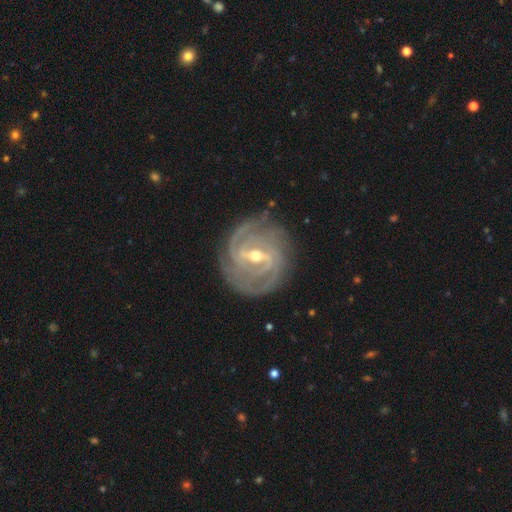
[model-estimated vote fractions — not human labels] smooth-or-featured: featured or disk: 91% | star or artifact: 5% | smooth: 4%
  disk-edge-on: no: 97% | yes: 3%
    bar: strong: 51% | weak: 40% | no: 10%
    has-spiral-arms: yes: 97% | no: 3%
      spiral-winding: tight: 71% | medium: 24% | loose: 4%
      spiral-arm-count: 3: 29% | 2: 24% | can't tell: 18% | 4: 17% | more than 4: 7% | 1: 6%
    bulge-size: moderate: 55% | small: 42% | large: 2% | none: 1% | dominant: 1%
  merging: none: 80% | minor disturbance: 14% | major disturbance: 5% | merger: 1%